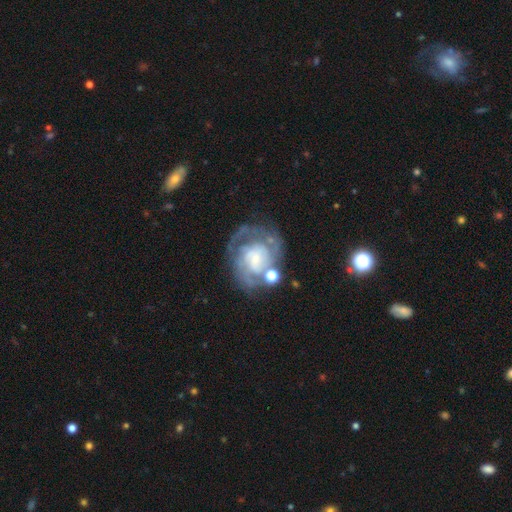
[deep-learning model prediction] Smooth or featured? Predicted: featured or disk (p=0.79). Edge-on disk? Predicted: no (p=0.97). Bar? Predicted: no (p=0.61). Spiral arms? Predicted: yes (p=0.84). Spiral winding? Predicted: tight (p=0.58). Spiral arm count? Predicted: can't tell (p=0.40). Bulge size? Predicted: small (p=0.52). Merging? Predicted: none (p=0.58).